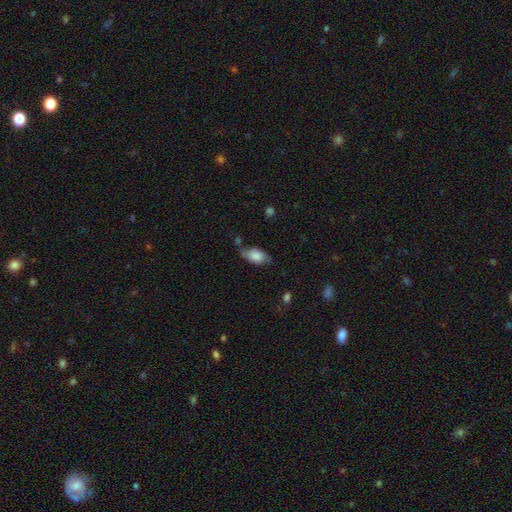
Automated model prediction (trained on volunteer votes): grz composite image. It shows a smooth galaxy with no disk features (76%) that is in between round and cigar-shaped (91%). Merging: none (55%).